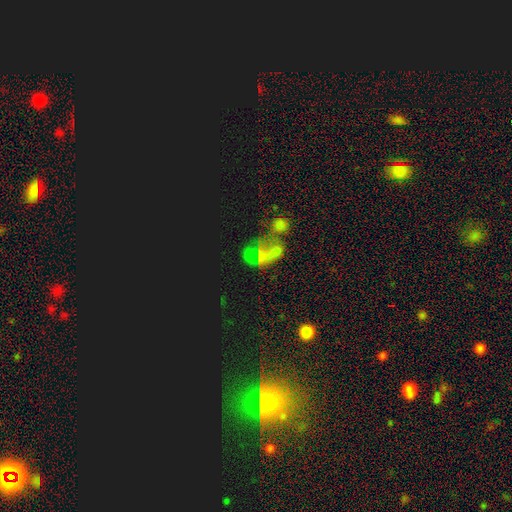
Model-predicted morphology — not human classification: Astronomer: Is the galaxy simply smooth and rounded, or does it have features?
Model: star or artifact — 45% (runner-up: smooth, 33%).